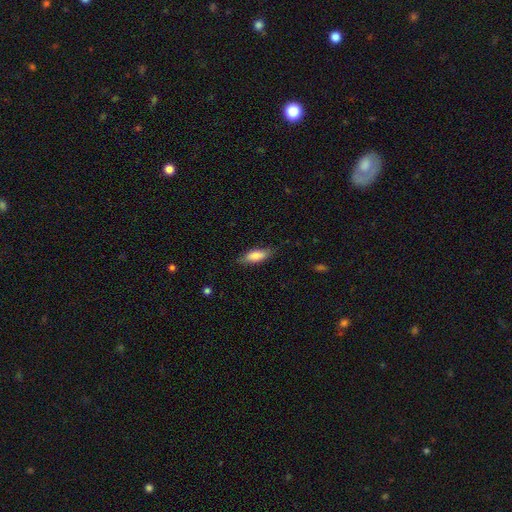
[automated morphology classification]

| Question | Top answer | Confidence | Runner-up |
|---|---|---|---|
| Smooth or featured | smooth | 83% | featured or disk (11%) |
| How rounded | in between | 72% | cigar-shaped (26%) |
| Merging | none | 79% | minor disturbance (17%) |